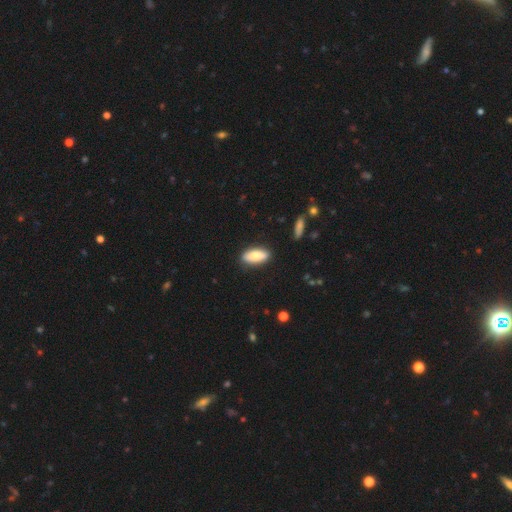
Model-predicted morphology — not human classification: Smooth or featured? smooth (80%)
How rounded? in between (81%)
Merging? none (86%)